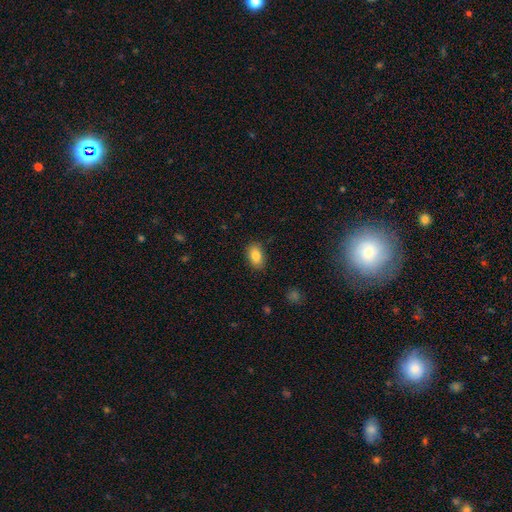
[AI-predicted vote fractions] A smooth galaxy with no disk features (84%) that is in between round and cigar-shaped (89%). Merging: none (84%).